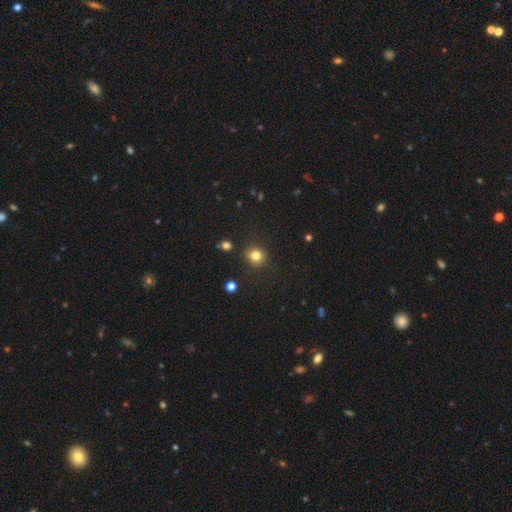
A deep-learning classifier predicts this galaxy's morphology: A smooth galaxy with no disk features (81%) that is round (88%).

Vote fractions:
- Smooth or featured? smooth: 81% / star or artifact: 13% / featured or disk: 6%
- How rounded? round: 88% / in between: 12% / cigar-shaped: 1%
- Merging? none: 87% / minor disturbance: 8% / major disturbance: 3% / merger: 2%